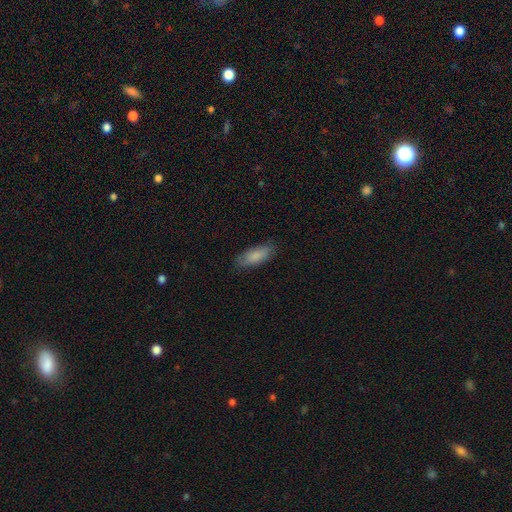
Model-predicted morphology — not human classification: A smooth galaxy with no disk features (85%) that is in between round and cigar-shaped (74%). Merging: none (82%).